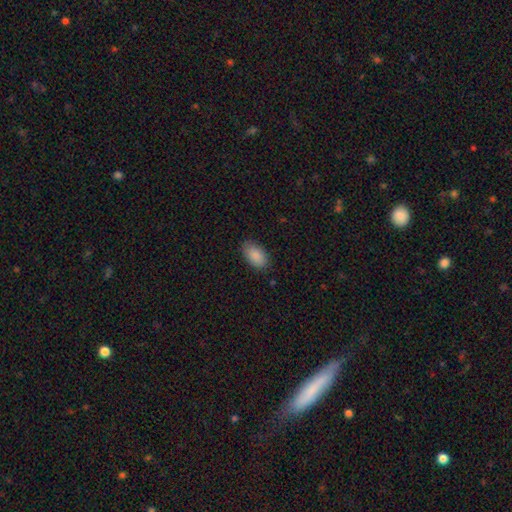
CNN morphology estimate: smooth_or_featured: smooth (p=0.89) [alt: star or artifact p=0.07]
how_rounded: in between (p=0.94) [alt: round p=0.04]
merging: none (p=0.85) [alt: minor disturbance p=0.12]